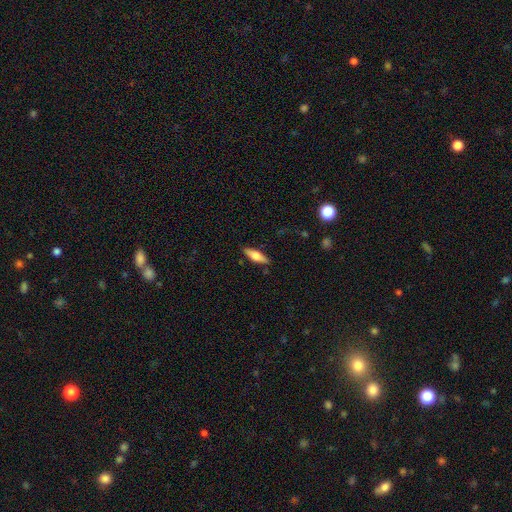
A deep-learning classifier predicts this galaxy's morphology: smooth-or-featured: smooth: 56% | featured or disk: 38% | star or artifact: 6%
  how-rounded: cigar-shaped: 52% | in between: 46% | round: 2%
  merging: none: 86% | minor disturbance: 11% | major disturbance: 2% | merger: 1%